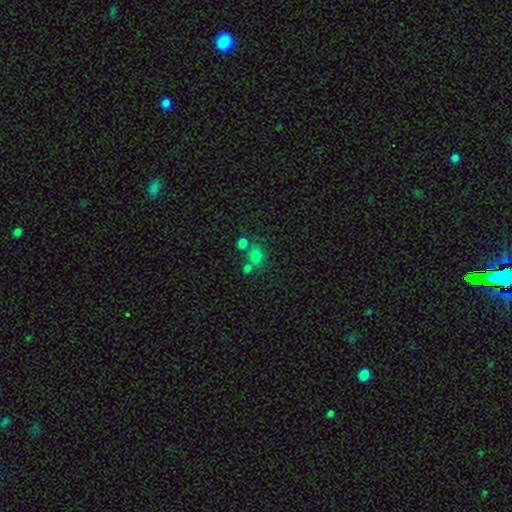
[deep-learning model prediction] This appears to be a smooth galaxy with no disk features (75%) that is round (63%). Merging: none (57%).